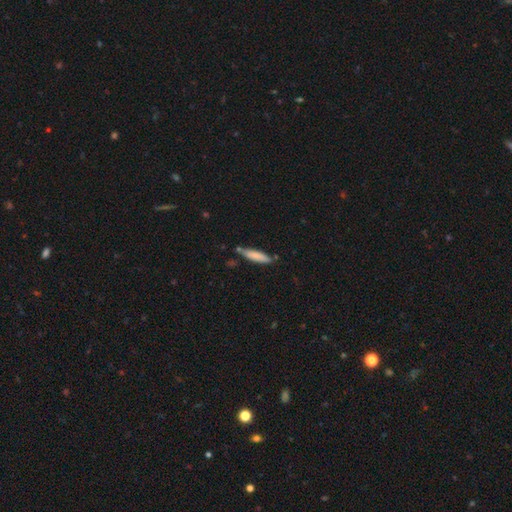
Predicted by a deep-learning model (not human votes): This is likely a smooth galaxy (79%). How rounded: likely cigar-shaped (77%). Merging: likely none (70%).